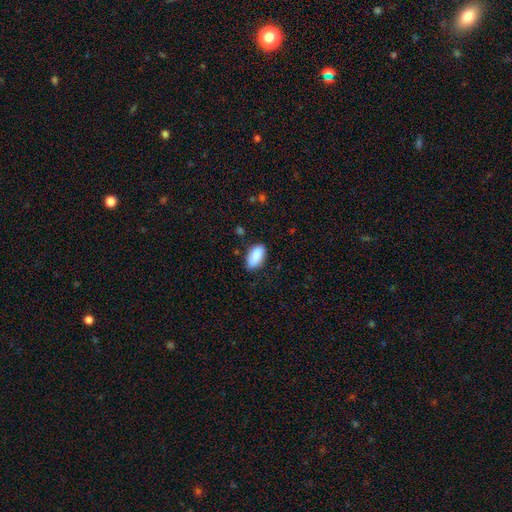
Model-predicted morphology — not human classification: The model was most divided on "merging": none: 79%, minor disturbance: 16%, major disturbance: 3%, merger: 2%. More confident: how rounded — in between (91%); smooth or featured — smooth (88%).